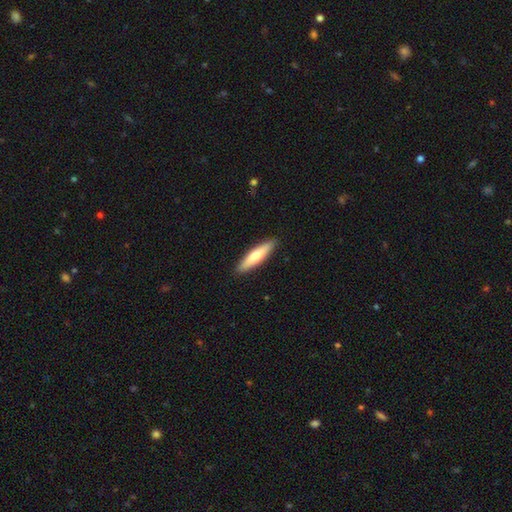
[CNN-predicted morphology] The model was most divided on "smooth or featured": smooth: 67%, featured or disk: 29%, star or artifact: 5%. More confident: merging — none (90%); how rounded — cigar-shaped (78%).